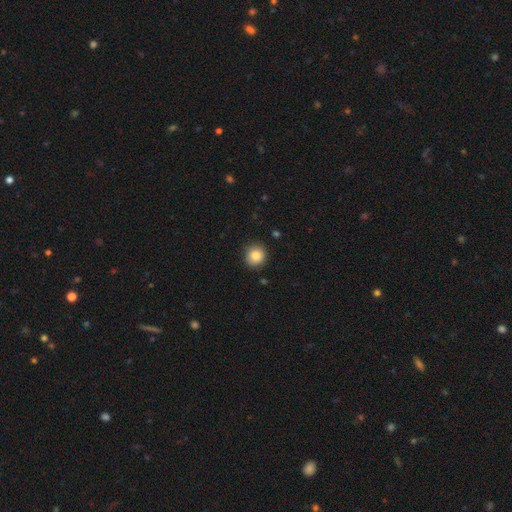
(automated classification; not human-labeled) This is clearly a smooth galaxy (84%). How rounded: clearly round (90%). Merging: clearly none (87%).